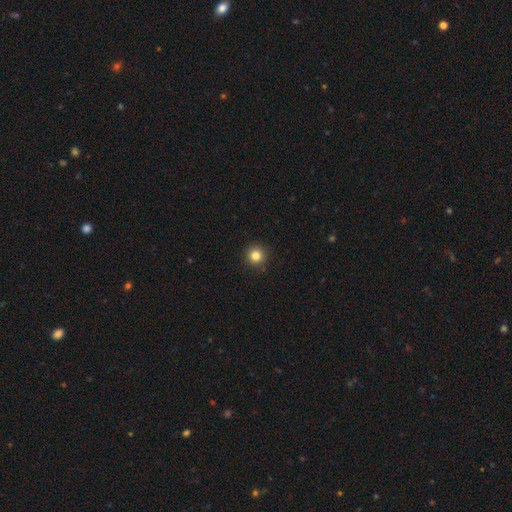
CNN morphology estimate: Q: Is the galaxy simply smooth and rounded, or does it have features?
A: smooth — 83%.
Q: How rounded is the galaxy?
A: round — 95%.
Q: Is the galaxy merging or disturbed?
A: none — 93%.